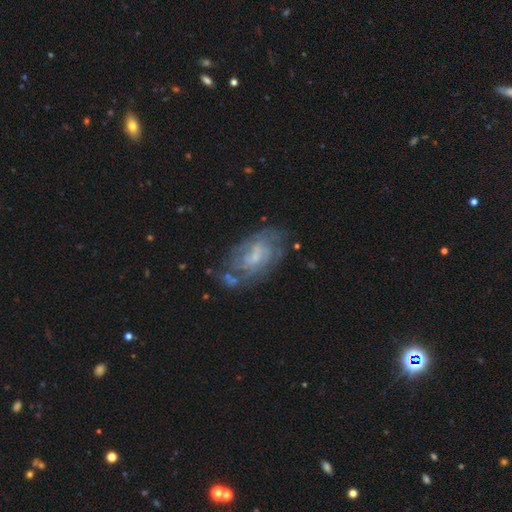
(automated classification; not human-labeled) Smooth or featured?
  - featured or disk: 74% *
  - smooth: 19%
  - star or artifact: 8%
Edge-on disk?
  - no: 96% *
  - yes: 4%
Bar?
  - no: 57% *
  - weak: 37%
  - strong: 6%
Spiral arms?
  - yes: 82% *
  - no: 18%
Spiral winding?
  - tight: 50% *
  - medium: 37%
  - loose: 13%
Spiral arm count?
  - can't tell: 51% *
  - 2: 21%
  - 3: 12%
  - 4: 8%
  - 1: 4%
  - more than 4: 4%
Bulge size?
  - small: 58% *
  - moderate: 26%
  - none: 12%
  - large: 2%
  - dominant: 1%
Merging?
  - none: 63% *
  - minor disturbance: 21%
  - major disturbance: 11%
  - merger: 5%